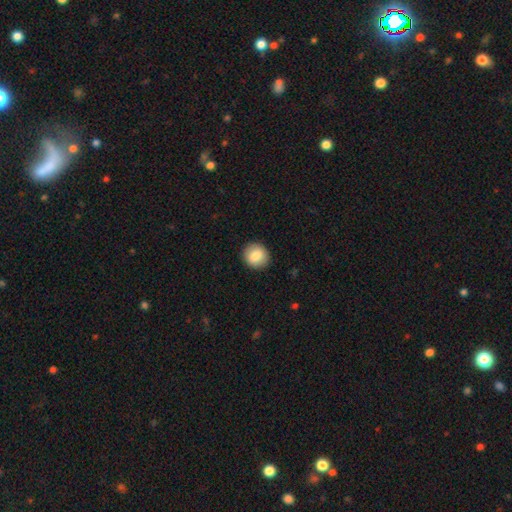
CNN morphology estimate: A smooth galaxy with no disk features (84%) that is round (85%).

Vote fractions:
- Smooth or featured? smooth: 84% / featured or disk: 8% / star or artifact: 8%
- How rounded? round: 85% / in between: 14% / cigar-shaped: 1%
- Merging? none: 91% / minor disturbance: 6% / major disturbance: 2% / merger: 1%